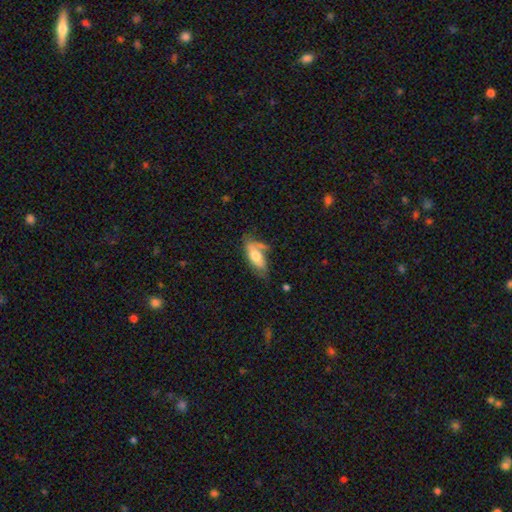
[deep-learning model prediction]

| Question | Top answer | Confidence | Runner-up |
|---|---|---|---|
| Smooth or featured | smooth | 62% | featured or disk (31%) |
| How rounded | in between | 78% | cigar-shaped (19%) |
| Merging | none | 44% | minor disturbance (26%) |